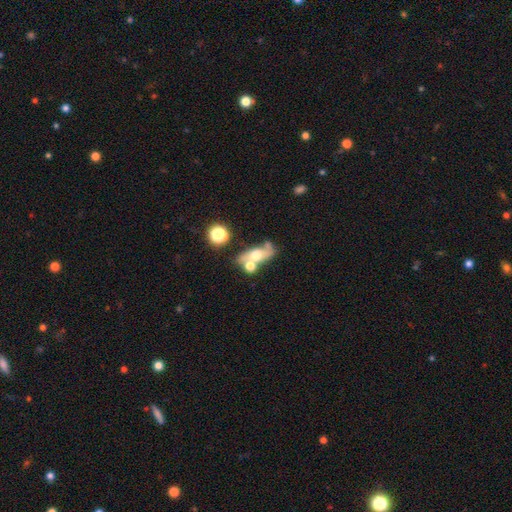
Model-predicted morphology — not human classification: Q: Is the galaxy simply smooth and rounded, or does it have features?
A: featured or disk — 46%.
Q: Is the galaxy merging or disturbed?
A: none — 42%.